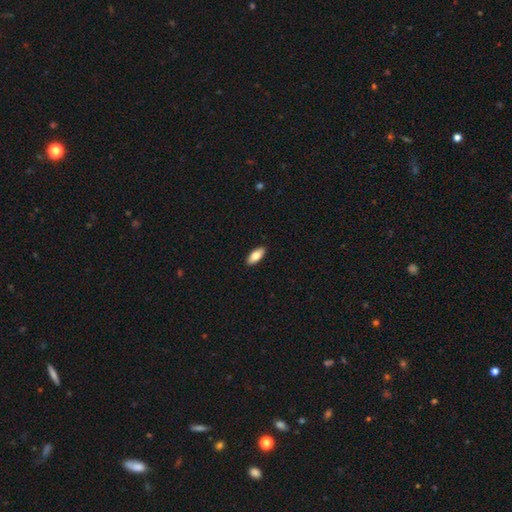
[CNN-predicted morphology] type=smooth (78%); roundness=in between (84%); merging=none (91%).